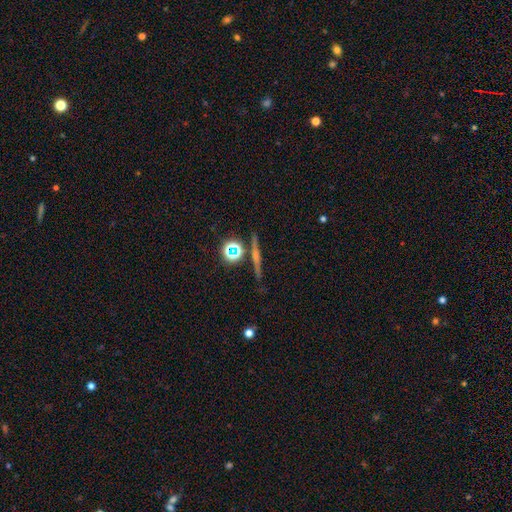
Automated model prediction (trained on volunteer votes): Morphology: type=featured or disk (53%); edge-on=yes (93%); merging=none (85%).